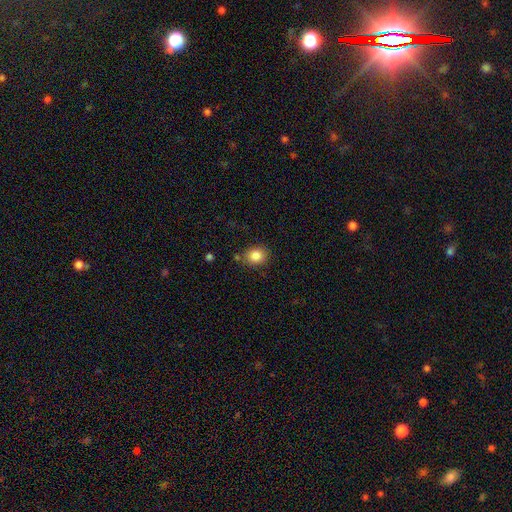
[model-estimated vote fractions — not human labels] The model was most divided on "how rounded": round: 68%, in between: 31%, cigar-shaped: 1%. More confident: smooth or featured — smooth (85%); merging — none (80%).